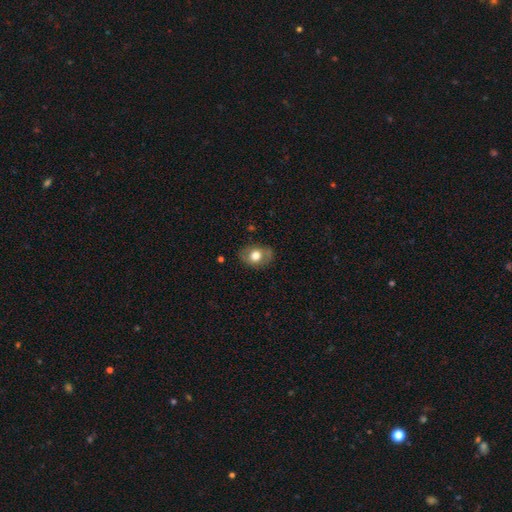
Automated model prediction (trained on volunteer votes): Smooth or featured: smooth — 68% (featured or disk — 24%)
How rounded: in between — 64% (round — 35%)
Merging: none — 79% (minor disturbance — 15%)